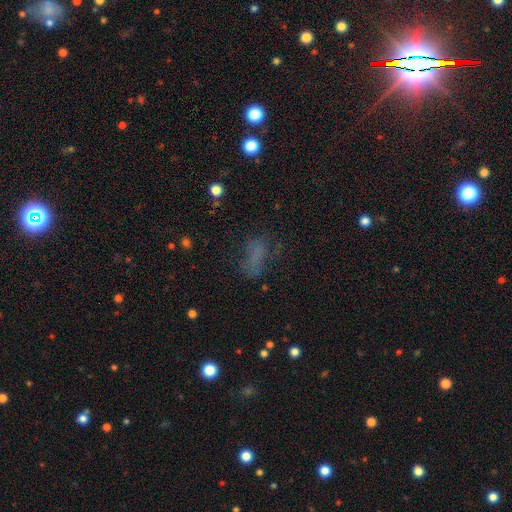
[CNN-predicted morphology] A smooth galaxy with no disk features (58%) that is in between round and cigar-shaped (82%).

Vote fractions:
- Smooth or featured? smooth: 58% / star or artifact: 24% / featured or disk: 18%
- How rounded? in between: 82% / round: 10% / cigar-shaped: 8%
- Merging? none: 49% / major disturbance: 26% / minor disturbance: 22% / merger: 3%